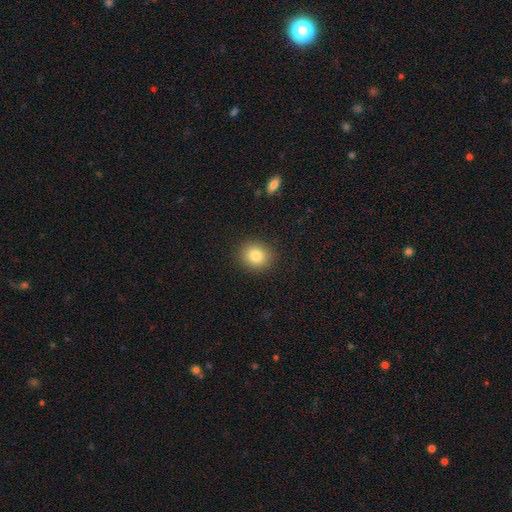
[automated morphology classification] smooth_or_featured: smooth (p=0.83) [alt: star or artifact p=0.10]
how_rounded: round (p=0.77) [alt: in between p=0.22]
merging: none (p=0.90) [alt: minor disturbance p=0.07]